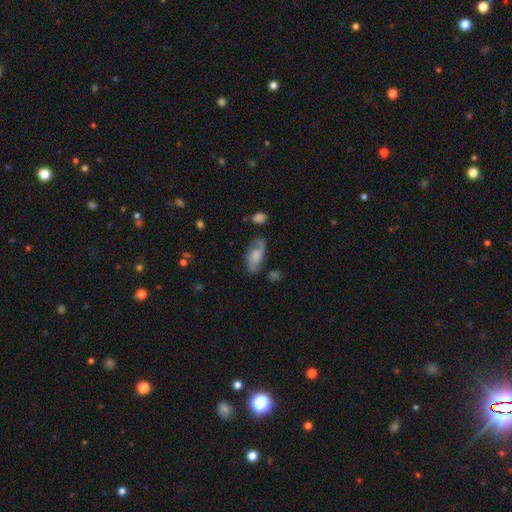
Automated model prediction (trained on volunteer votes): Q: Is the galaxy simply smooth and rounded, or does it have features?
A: featured or disk — 55%.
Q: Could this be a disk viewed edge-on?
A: no — 93%.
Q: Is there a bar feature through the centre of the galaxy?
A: no — 63%.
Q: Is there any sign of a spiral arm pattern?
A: yes — 87%.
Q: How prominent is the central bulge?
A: moderate — 32%.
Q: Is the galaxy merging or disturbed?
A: none — 64%.